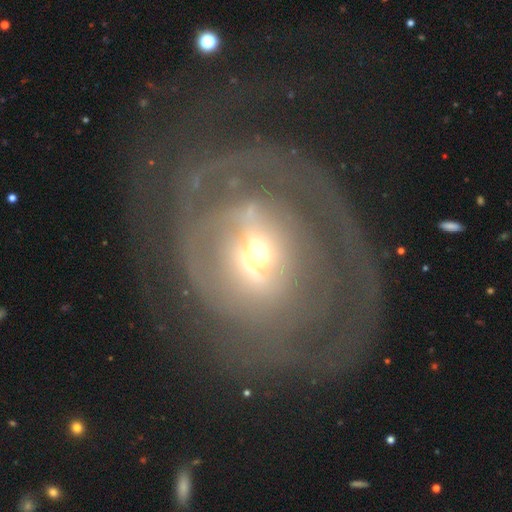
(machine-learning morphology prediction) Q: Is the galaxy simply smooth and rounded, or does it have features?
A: featured or disk — 74%.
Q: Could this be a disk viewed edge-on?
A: no — 92%.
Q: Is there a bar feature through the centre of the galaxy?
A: strong — 44%.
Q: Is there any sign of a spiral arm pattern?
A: yes — 61%.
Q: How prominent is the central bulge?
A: moderate — 63%.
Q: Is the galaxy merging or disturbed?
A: none — 52%.